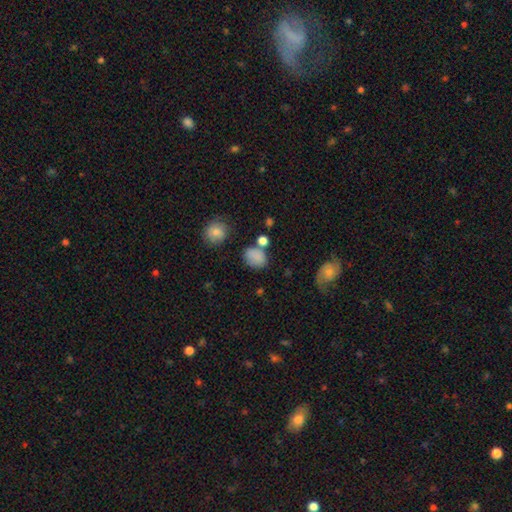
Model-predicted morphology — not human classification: Smooth or featured? smooth (81%)
How rounded? in between (57%)
Merging? none (61%)